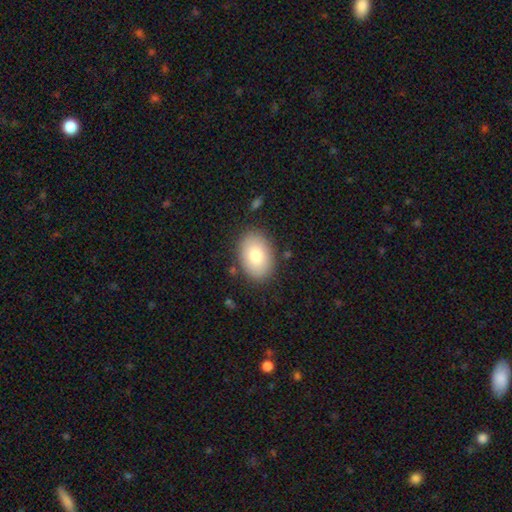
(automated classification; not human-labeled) Q: Smooth or featured?
A: smooth (80%); runner-up: featured or disk (13%)
Q: How rounded?
A: in between (85%); runner-up: round (14%)
Q: Merging?
A: none (85%); runner-up: minor disturbance (11%)